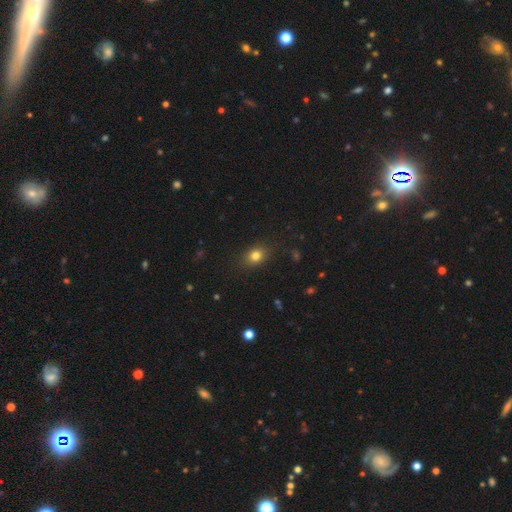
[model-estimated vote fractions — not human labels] Q: Smooth or featured?
A: smooth (80%); runner-up: star or artifact (12%)
Q: How rounded?
A: in between (58%); runner-up: round (41%)
Q: Merging?
A: none (85%); runner-up: minor disturbance (10%)